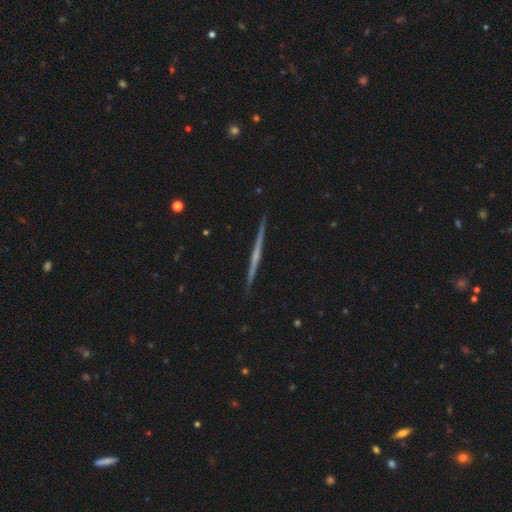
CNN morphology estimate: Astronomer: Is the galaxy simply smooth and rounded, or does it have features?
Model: featured or disk — 71%.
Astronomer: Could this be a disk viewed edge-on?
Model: yes — 98%.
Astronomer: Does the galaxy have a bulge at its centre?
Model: none — 72%.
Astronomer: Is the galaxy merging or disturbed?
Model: none — 92%.